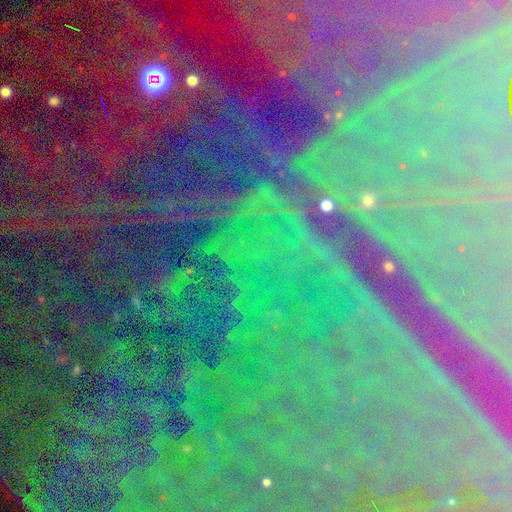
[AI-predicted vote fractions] Morphology: type=star or artifact (88%).